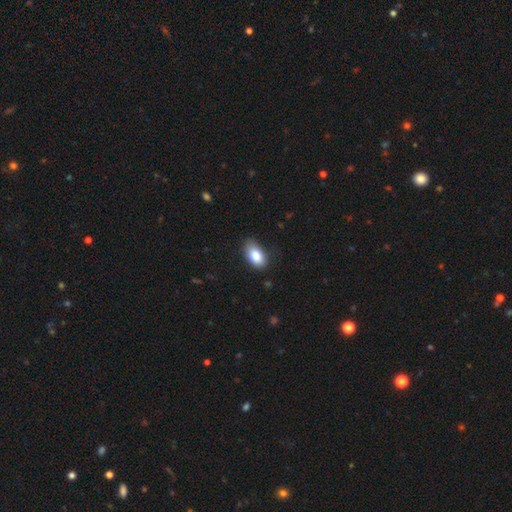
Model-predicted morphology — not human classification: The model was most divided on "merging": none: 75%, minor disturbance: 20%, major disturbance: 4%, merger: 1%. More confident: how rounded — in between (93%); smooth or featured — smooth (85%).